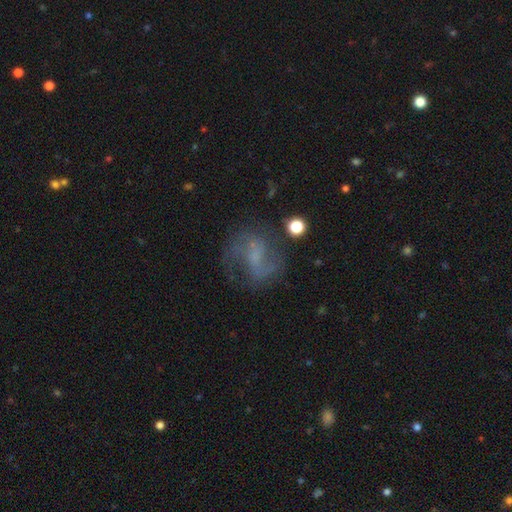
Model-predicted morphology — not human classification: A featured or disk galaxy (72%) with a weak bar (47%), 2 (84%) medium (47%) spiral arms (89%) and no central bulge (42%).

Vote fractions:
- Smooth or featured? featured or disk: 72% / smooth: 15% / star or artifact: 12%
- Edge-on disk? no: 97% / yes: 3%
- Bar? weak: 47% / no: 34% / strong: 19%
- Spiral arms? yes: 89% / no: 11%
- Spiral winding? medium: 47% / loose: 37% / tight: 15%
- Spiral arm count? 2: 84% / can't tell: 8% / 1: 3% / 3: 3% / 4: 1% / more than 4: 1%
- Bulge size? none: 42% / small: 40% / moderate: 15% / large: 3% / dominant: 1%
- Merging? none: 67% / minor disturbance: 17% / major disturbance: 13% / merger: 3%